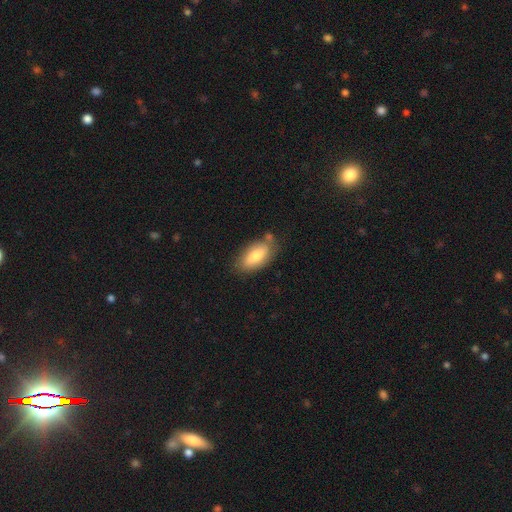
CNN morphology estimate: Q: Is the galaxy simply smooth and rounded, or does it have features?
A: smooth — 73%.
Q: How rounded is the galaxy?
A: in between — 87%.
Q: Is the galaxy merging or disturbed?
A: none — 70%.